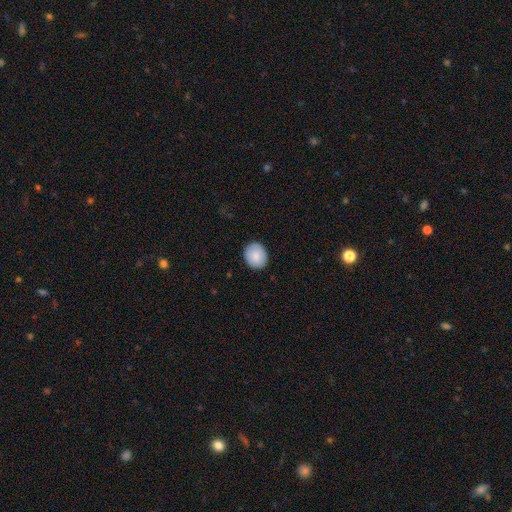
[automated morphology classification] This is clearly a smooth galaxy (85%). How rounded: likely round (67%). Merging: clearly none (88%).